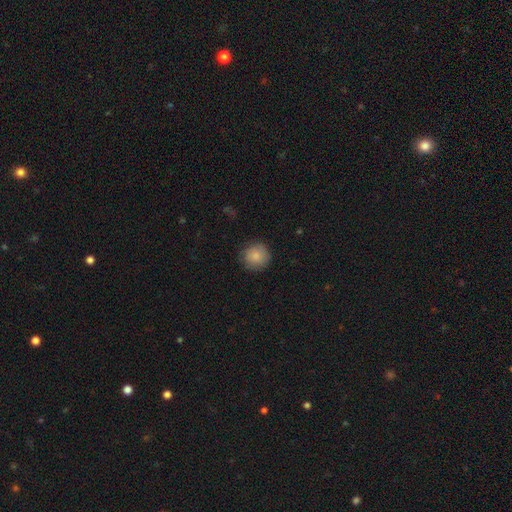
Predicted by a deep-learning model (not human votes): Smooth or featured? smooth (85%)
How rounded? round (93%)
Merging? none (86%)